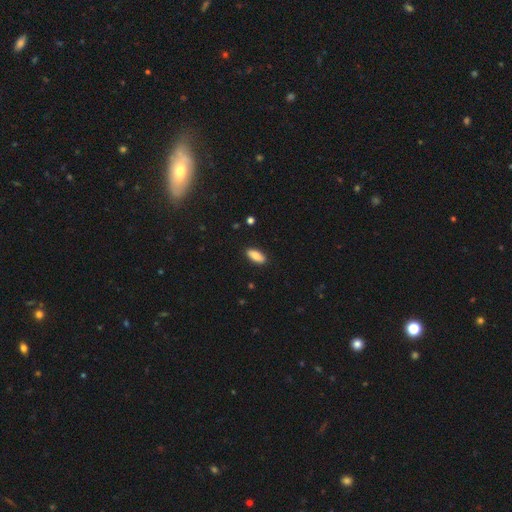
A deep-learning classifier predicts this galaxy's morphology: smooth-or-featured: smooth: 84% | featured or disk: 10% | star or artifact: 6%
  how-rounded: in between: 83% | cigar-shaped: 15% | round: 2%
  merging: none: 89% | minor disturbance: 8% | major disturbance: 2% | merger: 1%